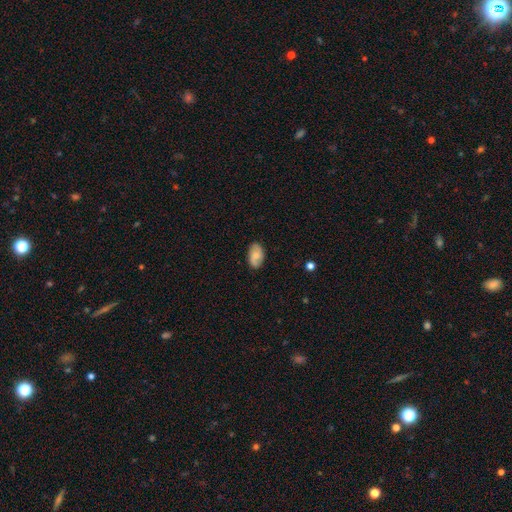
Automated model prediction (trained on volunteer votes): This appears to be a smooth galaxy with no disk features (57%) that is in between round and cigar-shaped (91%). Merging: none (81%).